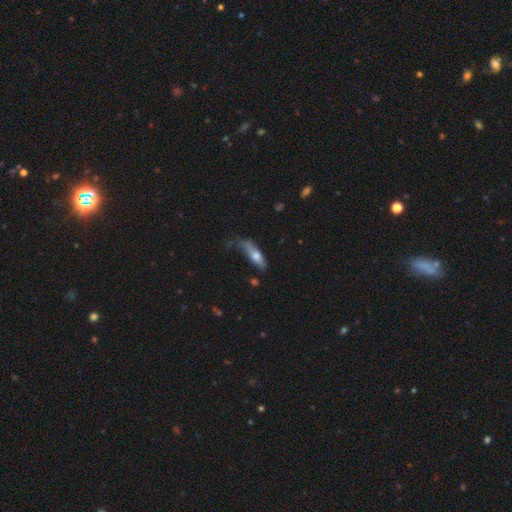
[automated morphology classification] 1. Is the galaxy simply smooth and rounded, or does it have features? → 64% smooth, 29% featured or disk, 7% star or artifact.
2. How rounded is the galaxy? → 55% cigar-shaped, 42% in between, 3% round.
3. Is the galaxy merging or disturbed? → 36% none, 34% minor disturbance, 25% major disturbance, 5% merger.